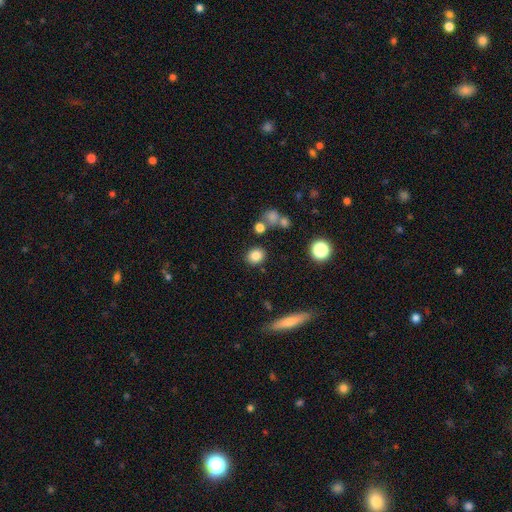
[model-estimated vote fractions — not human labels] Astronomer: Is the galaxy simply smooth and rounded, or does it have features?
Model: smooth — 82%.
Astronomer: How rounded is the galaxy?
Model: round — 74%.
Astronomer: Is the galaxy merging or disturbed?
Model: none — 84%.